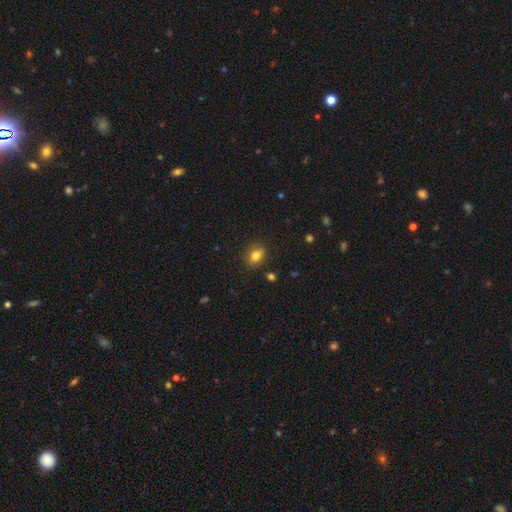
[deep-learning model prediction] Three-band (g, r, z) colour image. It shows a smooth galaxy with no disk features (81%) that is in between round and cigar-shaped (60%). Merging: none (84%).